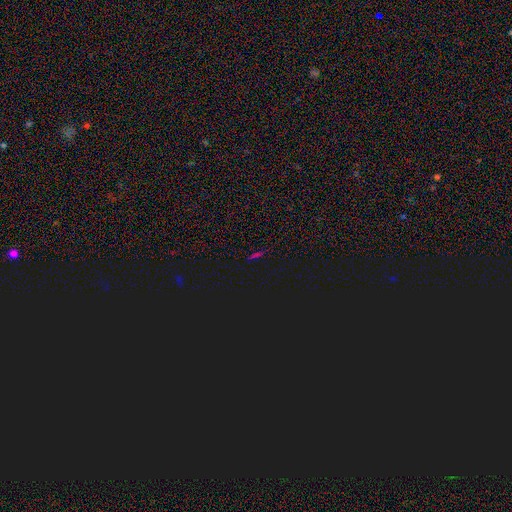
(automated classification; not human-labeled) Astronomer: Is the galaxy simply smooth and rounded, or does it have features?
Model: star or artifact — 63%.